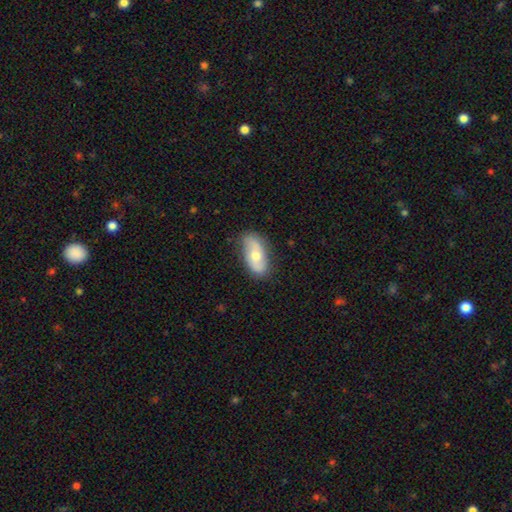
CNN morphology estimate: smooth 49%, featured or disk 46%, star or artifact 6%. Down the decision tree: merging — none (80%).